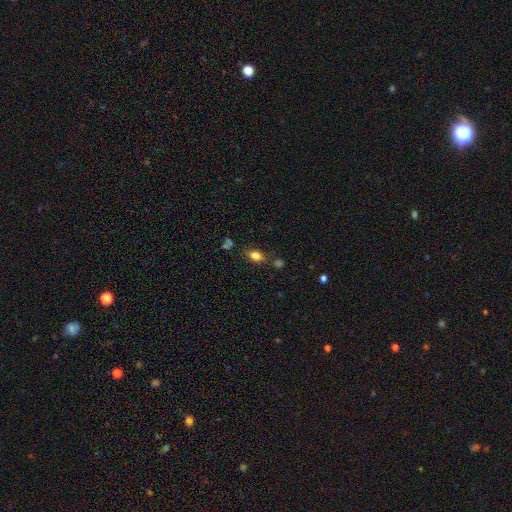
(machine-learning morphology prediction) A smooth galaxy with no disk features (81%) that is in between round and cigar-shaped (80%).

Vote fractions:
- Smooth or featured? smooth: 81% / star or artifact: 11% / featured or disk: 8%
- How rounded? in between: 80% / round: 17% / cigar-shaped: 3%
- Merging? none: 72% / minor disturbance: 15% / merger: 8% / major disturbance: 5%